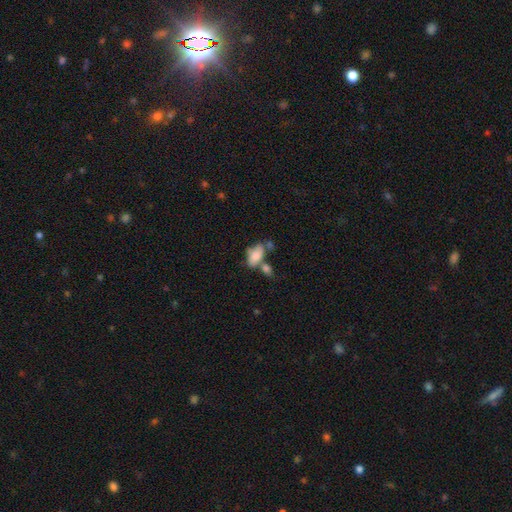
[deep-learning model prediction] smooth_or_featured: smooth (p=0.76) [alt: featured or disk p=0.16]
how_rounded: in between (p=0.91) [alt: round p=0.05]
merging: none (p=0.36) [alt: merger p=0.34]